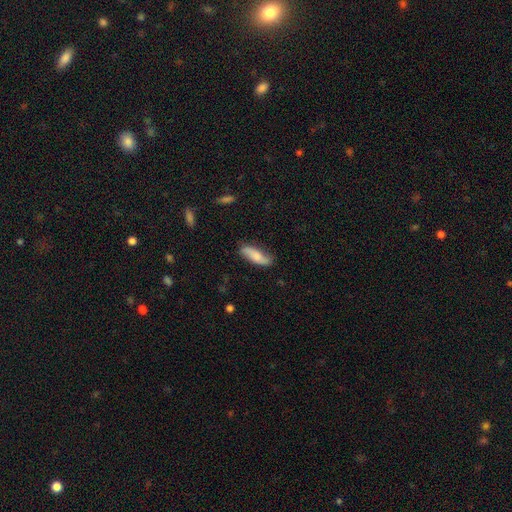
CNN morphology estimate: Smooth or featured: smooth — 68% (featured or disk — 25%)
How rounded: in between — 57% (cigar-shaped — 40%)
Merging: none — 73% (minor disturbance — 21%)